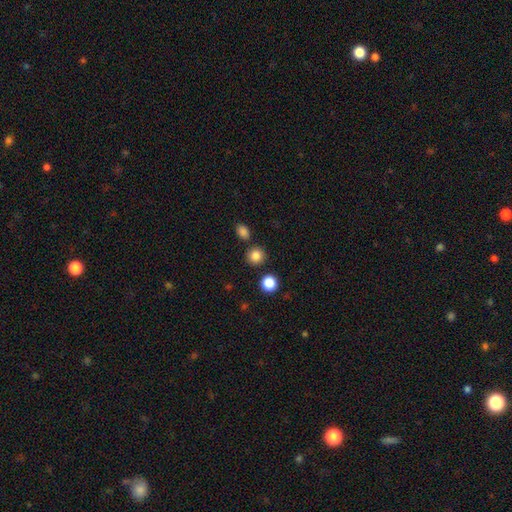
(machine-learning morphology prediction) This is clearly a smooth galaxy (84%). How rounded: clearly round (89%). Merging: clearly none (85%).